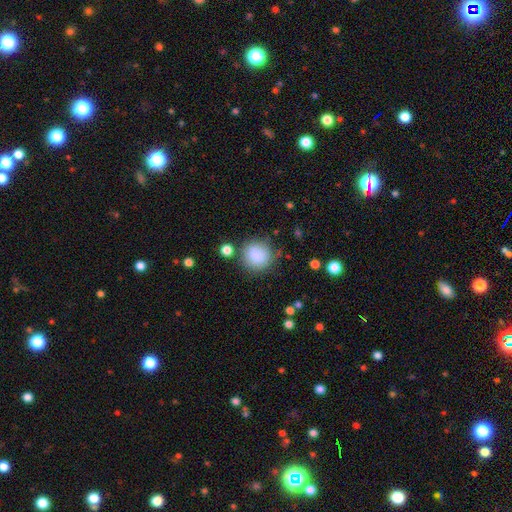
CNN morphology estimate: Smooth or featured? Predicted: smooth (p=0.86). How rounded? Predicted: round (p=0.90). Merging? Predicted: none (p=0.75).